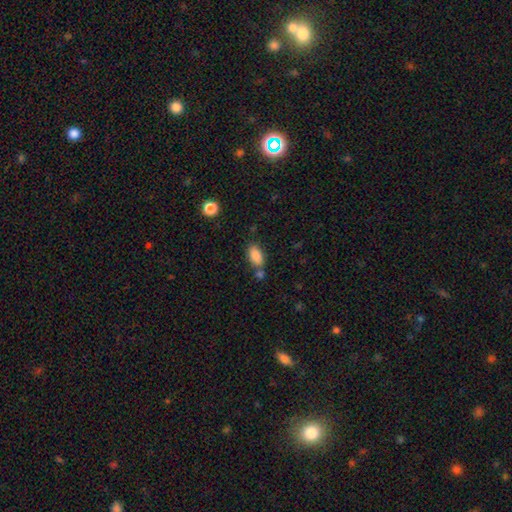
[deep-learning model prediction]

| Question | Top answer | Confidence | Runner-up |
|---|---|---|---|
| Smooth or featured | smooth | 85% | star or artifact (8%) |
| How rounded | in between | 92% | round (5%) |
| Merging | none | 64% | merger (18%) |